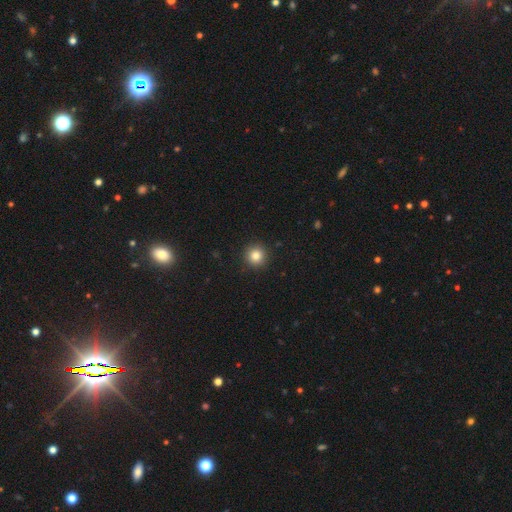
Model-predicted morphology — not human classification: smooth 83%, star or artifact 11%, featured or disk 6%. Down the decision tree: how rounded — round (95%); merging — none (92%).